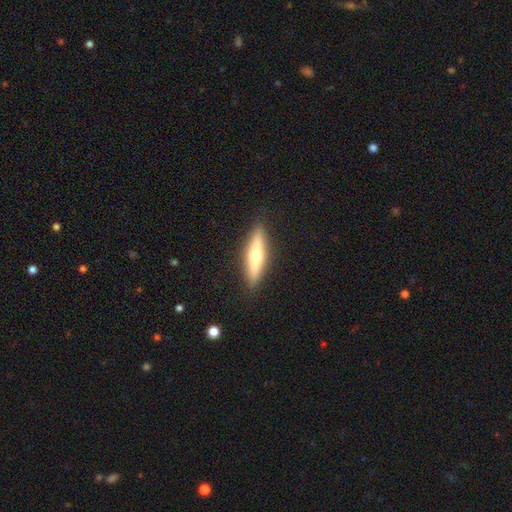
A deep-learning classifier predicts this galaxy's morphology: smooth_or_featured: featured or disk (p=0.52) [alt: smooth p=0.42]
disk_edge_on: yes (p=0.94) [alt: no p=0.06]
merging: none (p=0.90) [alt: minor disturbance p=0.07]